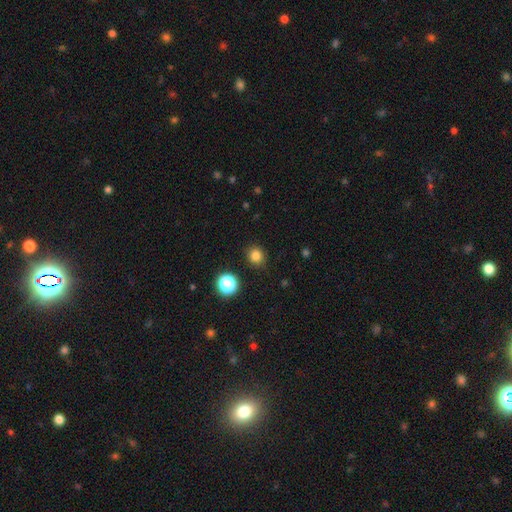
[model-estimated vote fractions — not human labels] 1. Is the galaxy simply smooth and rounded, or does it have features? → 81% smooth, 14% star or artifact, 5% featured or disk.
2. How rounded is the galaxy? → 81% round, 18% in between, 1% cigar-shaped.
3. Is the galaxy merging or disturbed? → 88% none, 8% minor disturbance, 2% major disturbance, 2% merger.